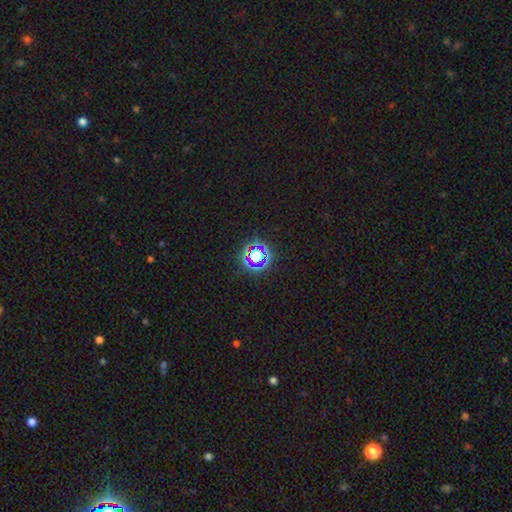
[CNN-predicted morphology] Smooth or featured?
  - star or artifact: 64% *
  - smooth: 25%
  - featured or disk: 11%